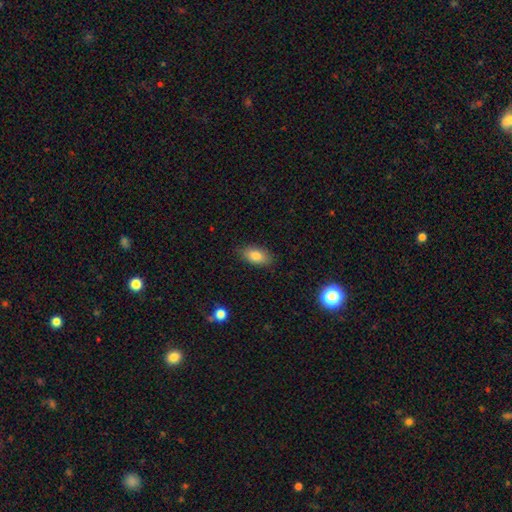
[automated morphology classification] Q: Smooth or featured?
A: smooth (84%); runner-up: star or artifact (8%)
Q: How rounded?
A: in between (91%); runner-up: round (6%)
Q: Merging?
A: none (85%); runner-up: minor disturbance (11%)